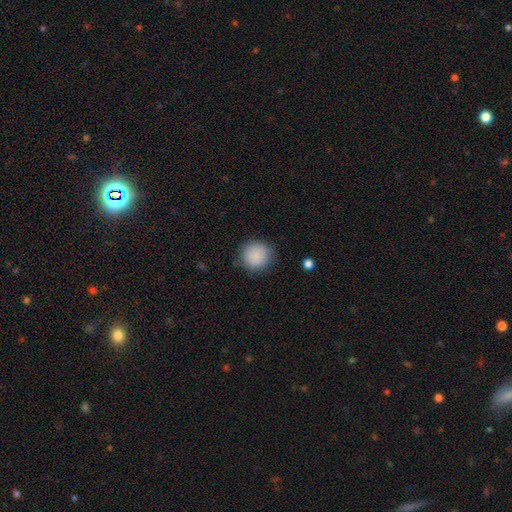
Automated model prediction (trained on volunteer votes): This appears to be a smooth galaxy with no disk features (88%) that is round (92%). Merging: none (85%).